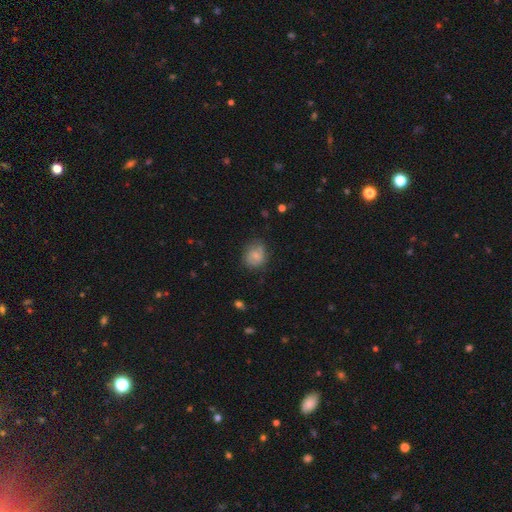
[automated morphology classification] This appears to be a smooth galaxy with no disk features (68%) that is round (67%). Merging: none (66%).